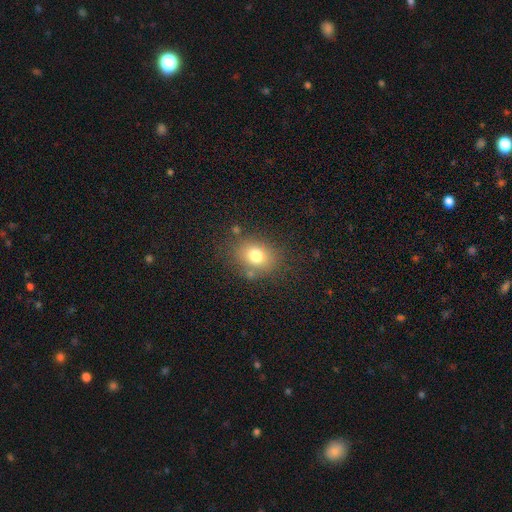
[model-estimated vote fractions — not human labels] smooth-or-featured: smooth: 76% | star or artifact: 13% | featured or disk: 12%
  how-rounded: in between: 51% | round: 48% | cigar-shaped: 1%
  merging: none: 76% | minor disturbance: 14% | major disturbance: 5% | merger: 4%